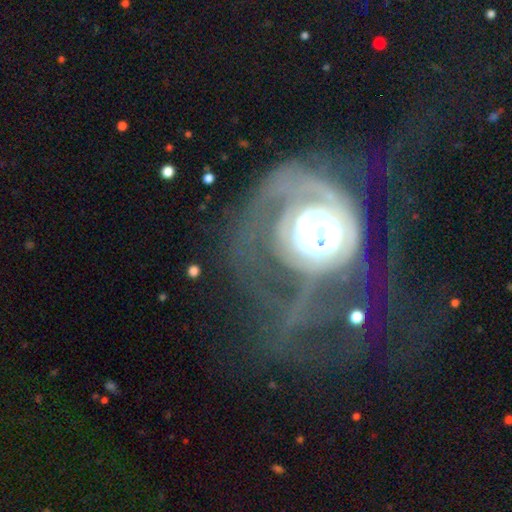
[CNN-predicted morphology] This appears to be a featured or disk galaxy (59%) with no bar (75%), spiral arms (63%) and a large central bulge (37%). Merging: none (41%).